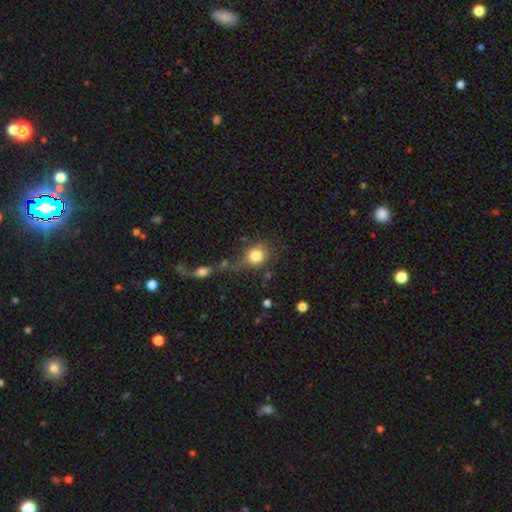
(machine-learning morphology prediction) type=smooth (81%); roundness=round (74%); merging=none (46%).